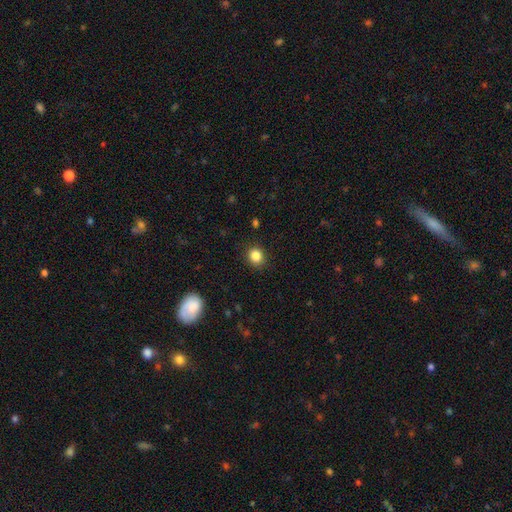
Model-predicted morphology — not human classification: The model was most divided on "how rounded": round: 77%, in between: 22%, cigar-shaped: 1%. More confident: merging — none (90%); smooth or featured — smooth (85%).